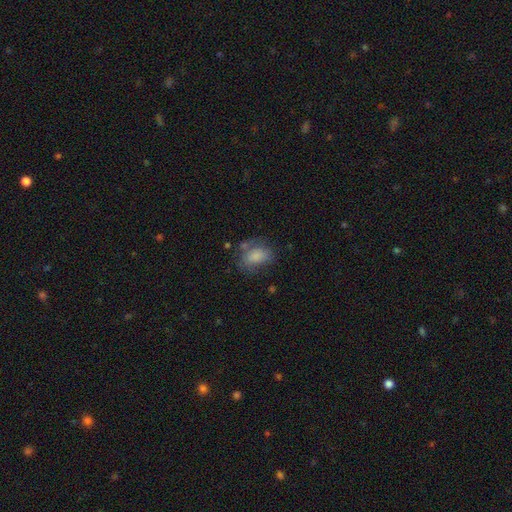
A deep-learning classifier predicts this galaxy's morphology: This appears to be a smooth galaxy with no disk features (77%) that is in between round and cigar-shaped (81%). Merging: none (48%).